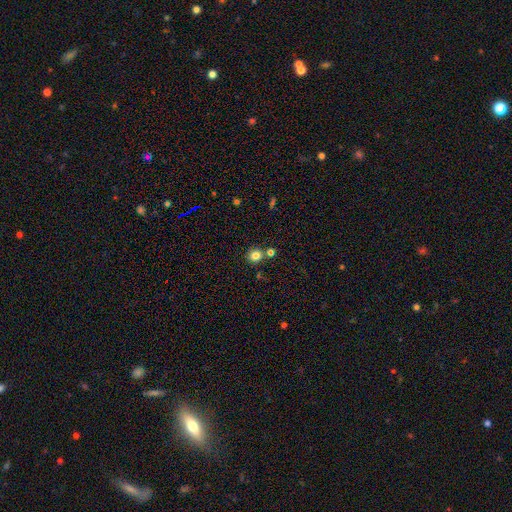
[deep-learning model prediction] This is clearly a smooth galaxy (81%). How rounded: clearly round (86%). Merging: likely none (75%).